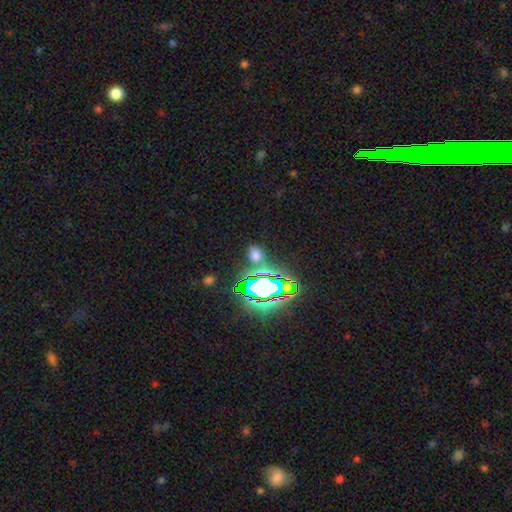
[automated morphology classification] Q: Smooth or featured?
A: smooth (54%); runner-up: star or artifact (38%)
Q: How rounded?
A: round (57%); runner-up: in between (40%)
Q: Merging?
A: none (77%); runner-up: minor disturbance (11%)